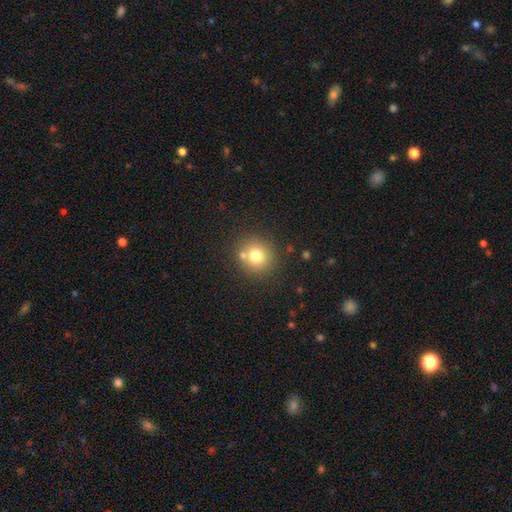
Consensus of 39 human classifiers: smooth-or-featured: smooth: 77% | featured or disk: 13% | star or artifact: 10%
  how-rounded: round: 93% | in between: 7% | cigar-shaped: 0%
  merging: none: 71% | minor disturbance: 11% | merger: 11% | major disturbance: 6%